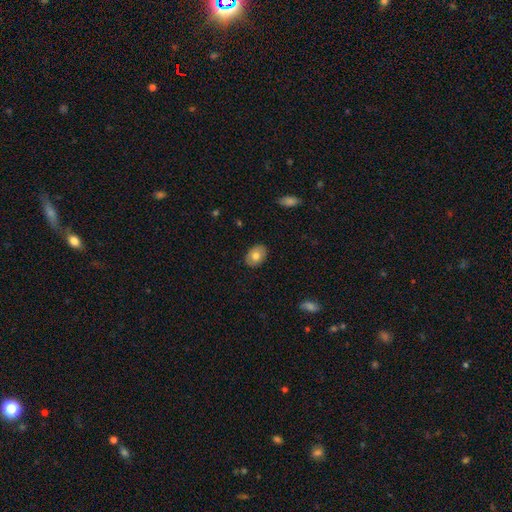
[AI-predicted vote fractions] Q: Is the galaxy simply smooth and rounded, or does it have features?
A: smooth — 73%.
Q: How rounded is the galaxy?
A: in between — 78%.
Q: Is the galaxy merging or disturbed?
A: none — 88%.